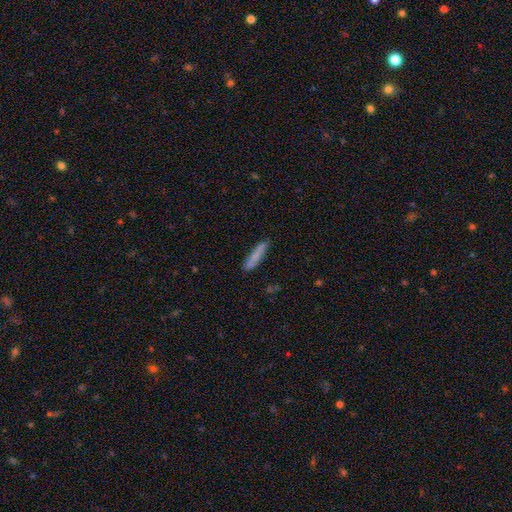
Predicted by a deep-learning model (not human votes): This is likely a smooth galaxy (78%). How rounded: clearly cigar-shaped (88%). Merging: clearly none (85%).